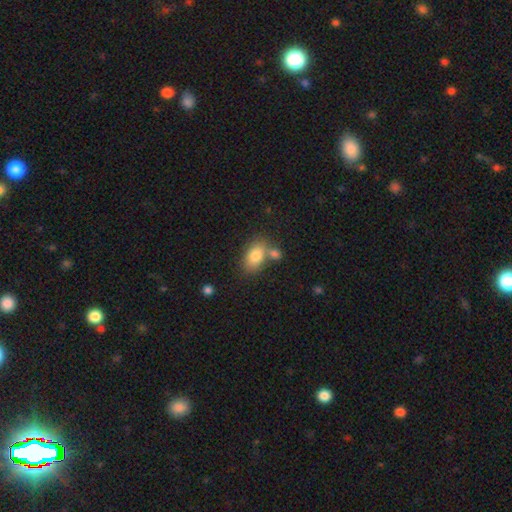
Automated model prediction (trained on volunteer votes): A smooth galaxy with no disk features (82%) that is in between round and cigar-shaped (89%). Merging: none (56%).